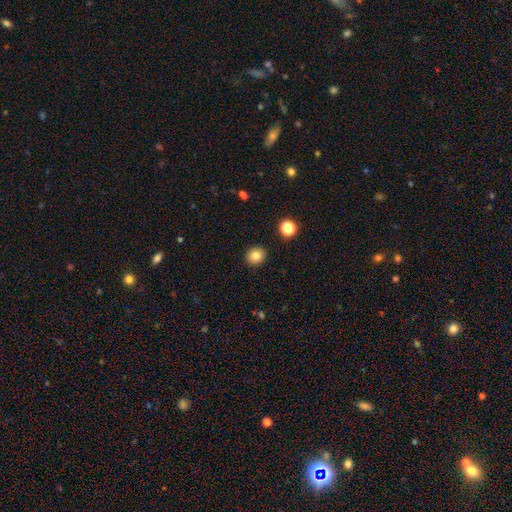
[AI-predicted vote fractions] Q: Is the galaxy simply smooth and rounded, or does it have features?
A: smooth — 82%.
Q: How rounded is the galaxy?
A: round — 84%.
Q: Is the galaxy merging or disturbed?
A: none — 92%.